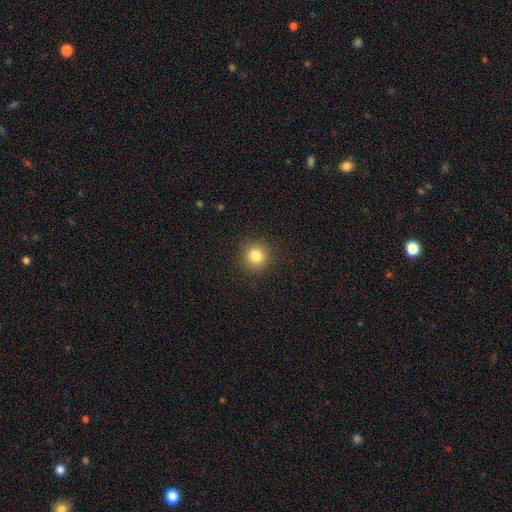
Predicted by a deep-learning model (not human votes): A smooth galaxy with no disk features (83%) that is round (93%). Merging: none (91%).